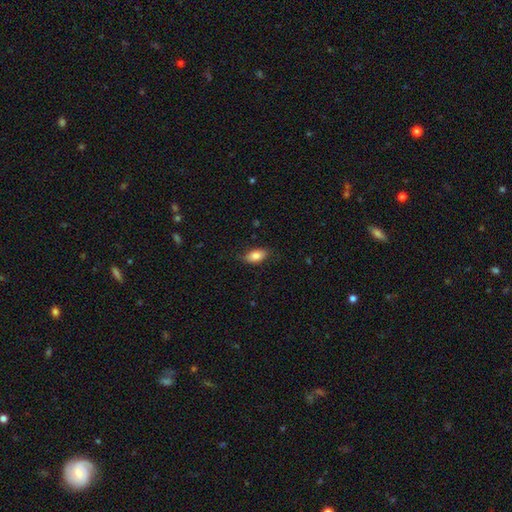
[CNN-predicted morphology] A smooth galaxy with no disk features (82%) that is in between round and cigar-shaped (90%). Merging: none (79%).